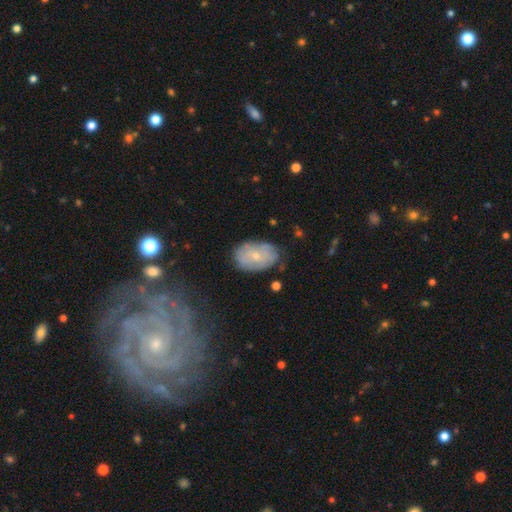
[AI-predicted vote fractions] smooth-or-featured: smooth: 48% | featured or disk: 45% | star or artifact: 8%
  merging: none: 74% | minor disturbance: 19% | major disturbance: 5% | merger: 2%